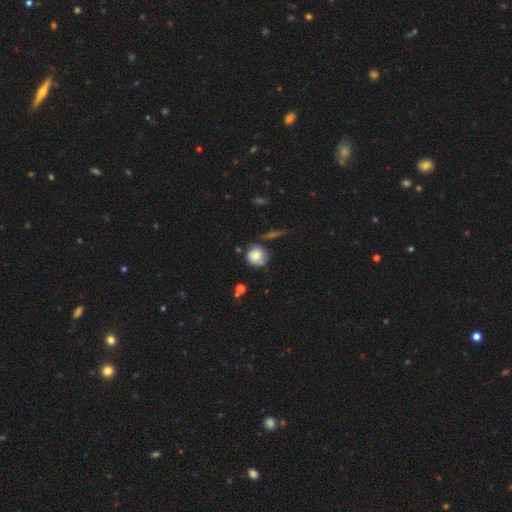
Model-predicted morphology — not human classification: The model was most divided on "smooth or featured": smooth: 63%, featured or disk: 28%, star or artifact: 9%. More confident: how rounded — round (88%); merging — none (62%).